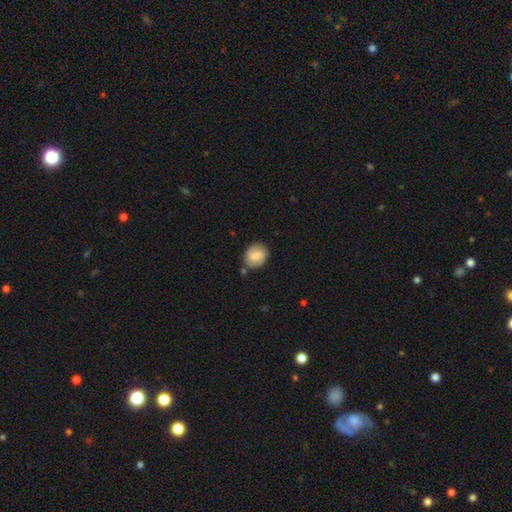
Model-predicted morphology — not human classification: smooth_or_featured: smooth (p=0.73) [alt: featured or disk p=0.20]
how_rounded: round (p=0.59) [alt: in between p=0.40]
merging: none (p=0.73) [alt: minor disturbance p=0.18]